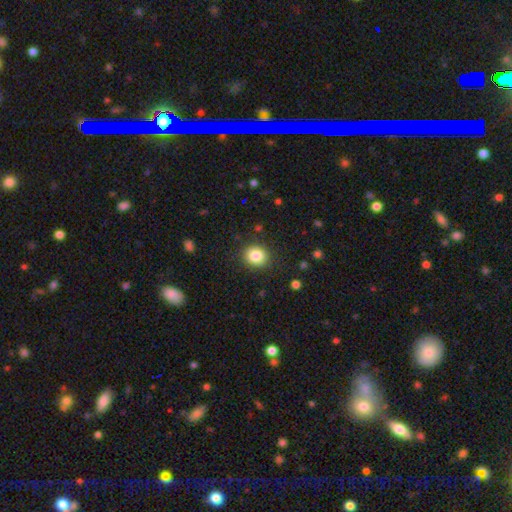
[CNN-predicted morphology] Overall: smooth (84%). How rounded: round (79%). Merging: none (89%).